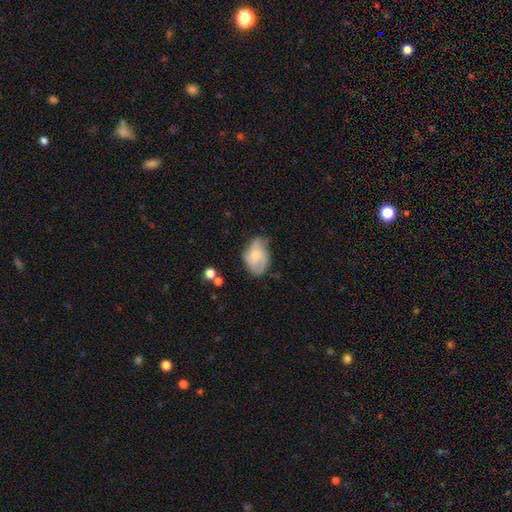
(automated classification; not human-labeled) Q: Smooth or featured?
A: smooth (48%); runner-up: featured or disk (44%)
Q: Merging?
A: none (44%); runner-up: minor disturbance (37%)